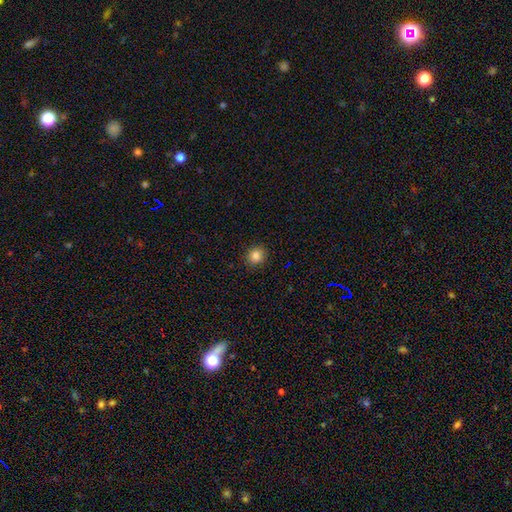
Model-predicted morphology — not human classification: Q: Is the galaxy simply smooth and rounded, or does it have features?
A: smooth — 83%.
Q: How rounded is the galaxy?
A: round — 88%.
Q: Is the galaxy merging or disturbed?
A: none — 92%.